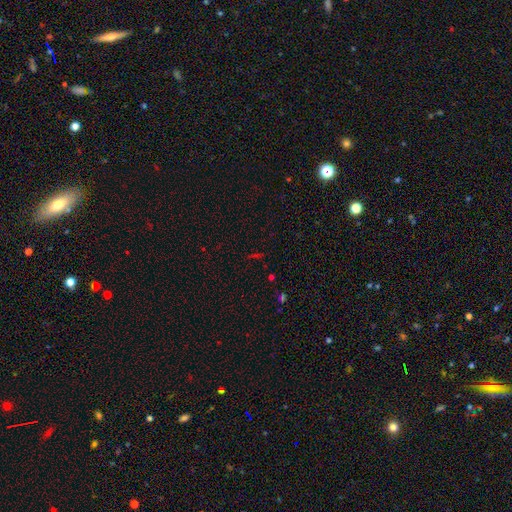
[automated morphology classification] The model was most divided on "smooth or featured": star or artifact: 63%, smooth: 24%, featured or disk: 13%.